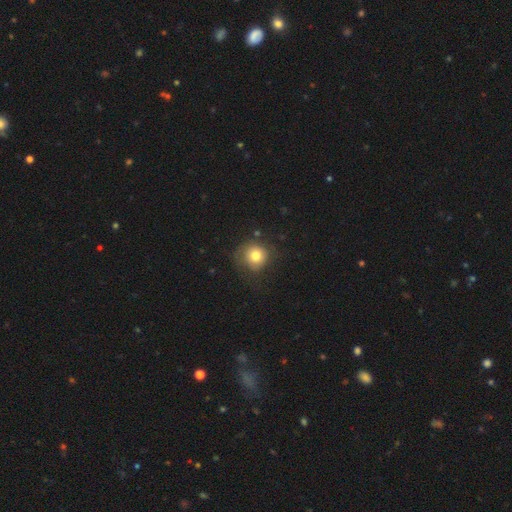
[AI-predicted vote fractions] A smooth galaxy with no disk features (76%) that is round (90%). Merging: none (68%).